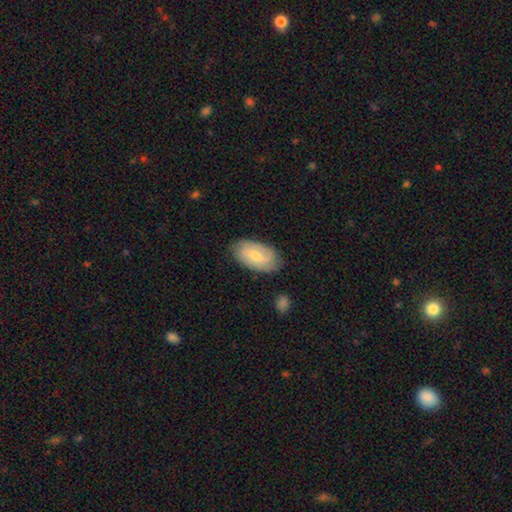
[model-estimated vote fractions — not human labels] A smooth galaxy with no disk features (53%) that is in between round and cigar-shaped (93%). Merging: none (80%).